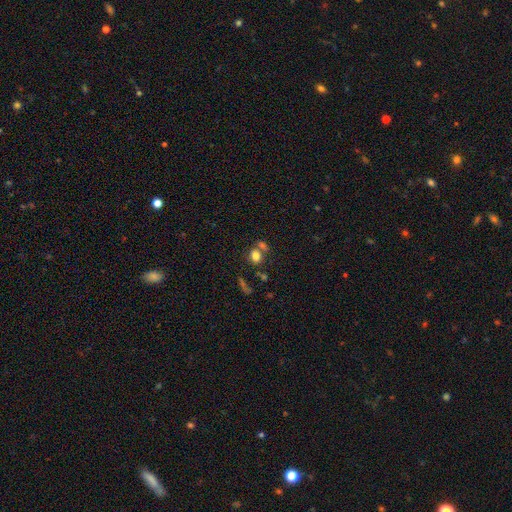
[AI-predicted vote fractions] Smooth or featured: smooth — 77% (star or artifact — 12%)
How rounded: in between — 54% (round — 44%)
Merging: none — 51% (merger — 32%)